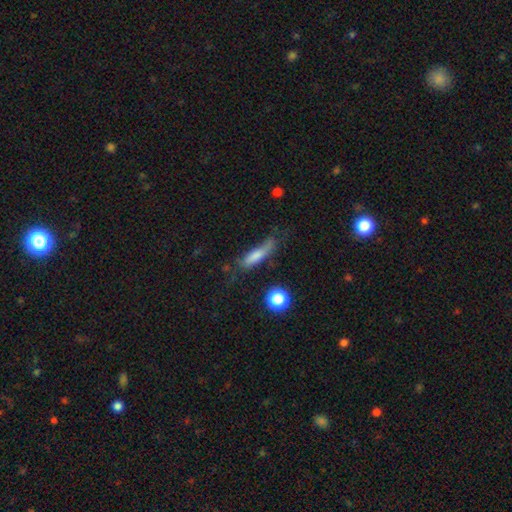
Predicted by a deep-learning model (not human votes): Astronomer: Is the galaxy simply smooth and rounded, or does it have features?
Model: smooth — 61%.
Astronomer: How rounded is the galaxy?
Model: cigar-shaped — 75%.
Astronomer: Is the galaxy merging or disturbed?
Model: none — 51% (runner-up: minor disturbance, 29%).